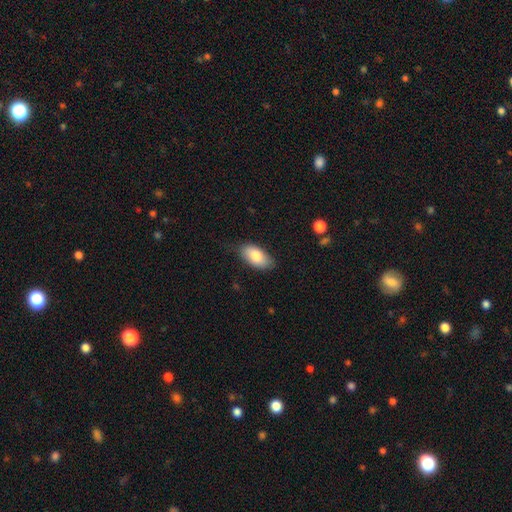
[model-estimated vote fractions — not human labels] Q: Smooth or featured?
A: smooth (80%); runner-up: featured or disk (14%)
Q: How rounded?
A: in between (93%); runner-up: round (4%)
Q: Merging?
A: none (76%); runner-up: minor disturbance (19%)